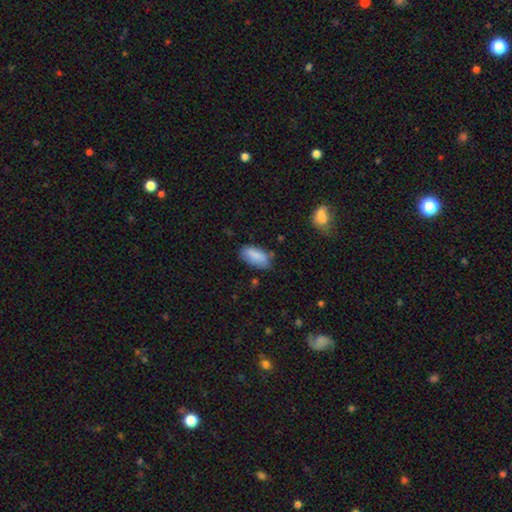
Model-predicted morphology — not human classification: smooth-or-featured: smooth: 83% | featured or disk: 10% | star or artifact: 7%
  how-rounded: in between: 87% | cigar-shaped: 11% | round: 2%
  merging: none: 67% | minor disturbance: 24% | major disturbance: 6% | merger: 3%